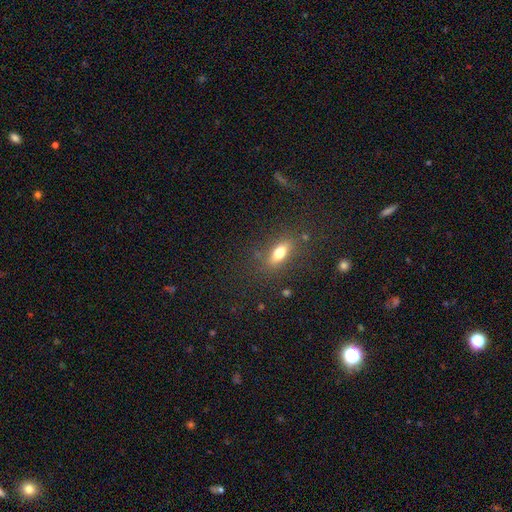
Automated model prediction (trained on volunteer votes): Smooth or featured? Predicted: smooth (p=0.55). How rounded? Predicted: in between (p=0.61). Merging? Predicted: none (p=0.79).